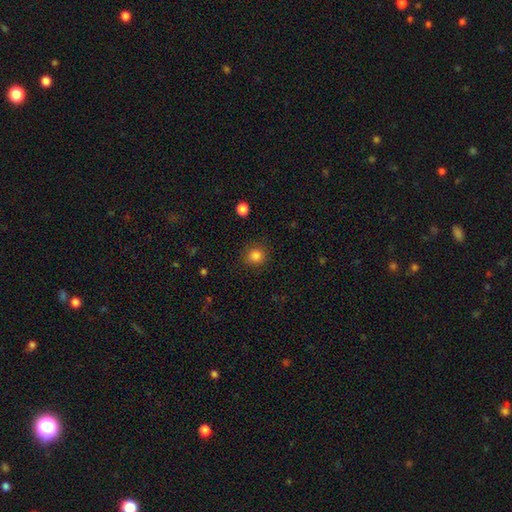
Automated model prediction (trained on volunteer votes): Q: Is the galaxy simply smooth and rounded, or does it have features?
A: smooth — 84%.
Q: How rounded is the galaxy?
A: round — 89%.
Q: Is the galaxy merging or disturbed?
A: none — 88%.